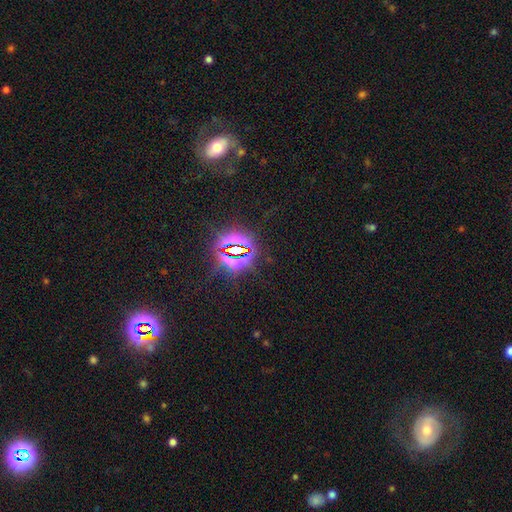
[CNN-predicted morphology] smooth-or-featured: star or artifact: 74% | smooth: 15% | featured or disk: 12%